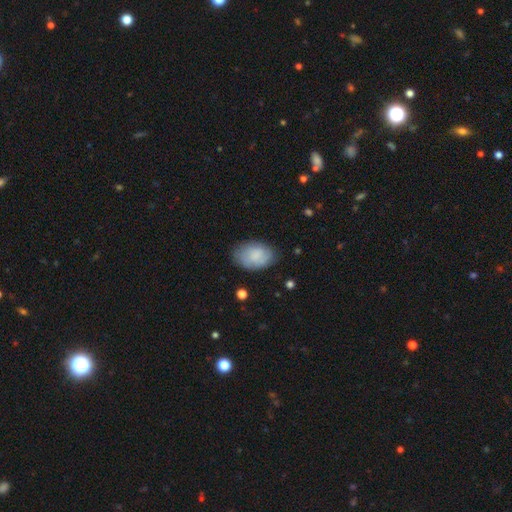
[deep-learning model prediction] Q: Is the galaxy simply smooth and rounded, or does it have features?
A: smooth — 76%.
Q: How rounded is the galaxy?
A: in between — 84%.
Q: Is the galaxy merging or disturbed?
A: none — 75%.